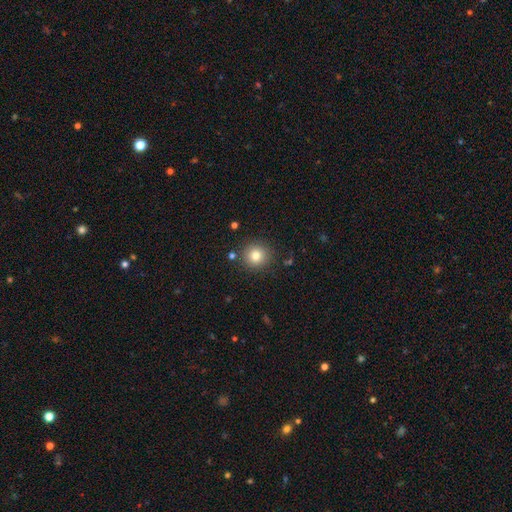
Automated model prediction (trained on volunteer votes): The model was most divided on "smooth or featured": smooth: 79%, star or artifact: 12%, featured or disk: 9%. More confident: how rounded — round (93%); merging — none (88%).